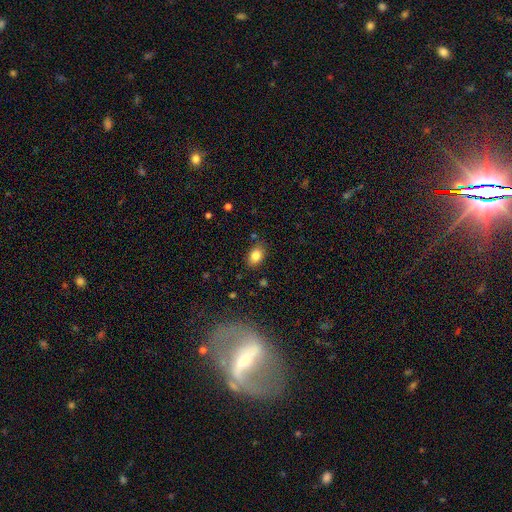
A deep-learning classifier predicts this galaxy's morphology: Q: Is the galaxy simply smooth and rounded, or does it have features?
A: smooth — 84%.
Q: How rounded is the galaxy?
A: in between — 81%.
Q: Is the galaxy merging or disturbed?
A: none — 82%.